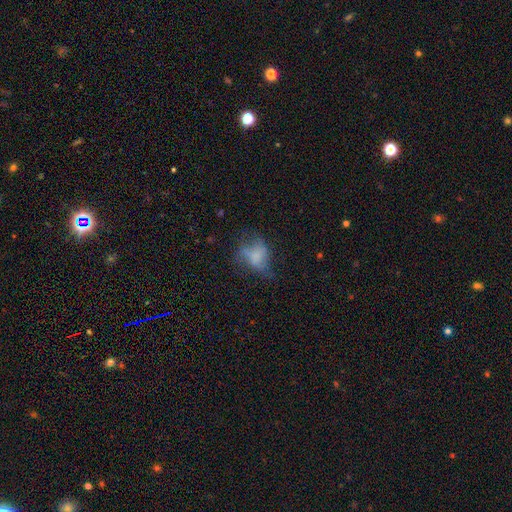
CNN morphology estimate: The model was most divided on "merging": major disturbance: 39%, none: 32%, minor disturbance: 25%, merger: 4%. More confident: how rounded — in between (71%); smooth or featured — smooth (55%).